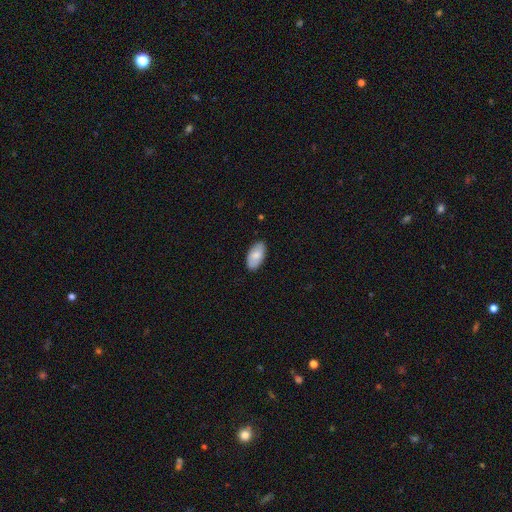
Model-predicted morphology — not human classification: smooth-or-featured: smooth: 80% | featured or disk: 14% | star or artifact: 6%
  how-rounded: in between: 95% | cigar-shaped: 3% | round: 2%
  merging: none: 85% | minor disturbance: 11% | major disturbance: 2% | merger: 1%